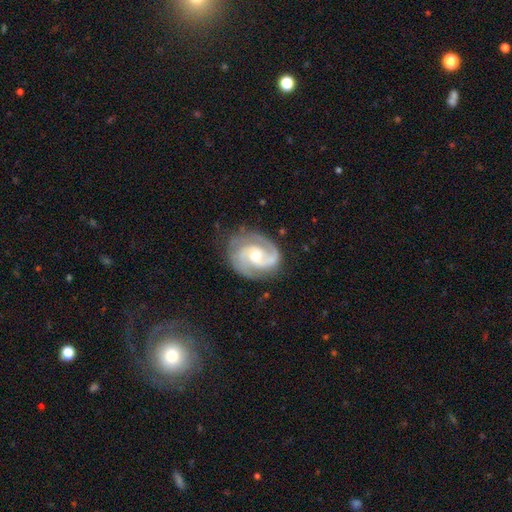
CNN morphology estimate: Overall: featured or disk (90%). Edge-on disk: no (98%). Bar: no (53%; weak 38%). Spiral arms: yes (98%). Spiral arm count: 2 (83%). Spiral winding: medium (47%; tight 43%). Bulge size: moderate (67%). Merging: none (76%).